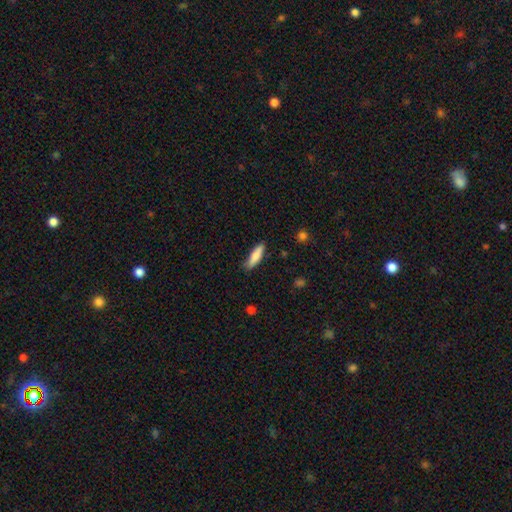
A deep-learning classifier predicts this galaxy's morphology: smooth_or_featured: smooth (p=0.80) [alt: featured or disk p=0.14]
how_rounded: cigar-shaped (p=0.66) [alt: in between p=0.33]
merging: none (p=0.81) [alt: minor disturbance p=0.15]